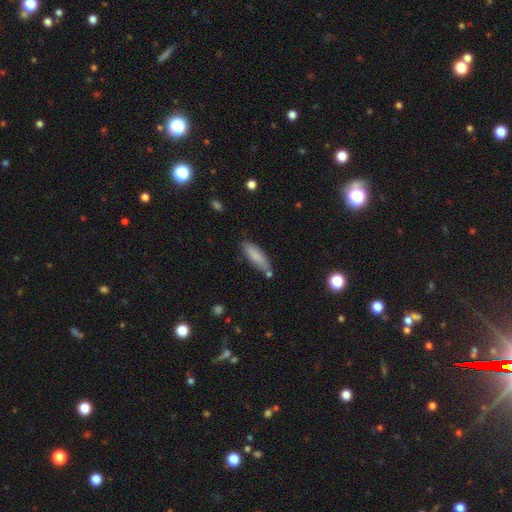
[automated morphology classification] smooth_or_featured: smooth (p=0.84) [alt: featured or disk p=0.10]
how_rounded: cigar-shaped (p=0.53) [alt: in between p=0.46]
merging: none (p=0.75) [alt: minor disturbance p=0.16]